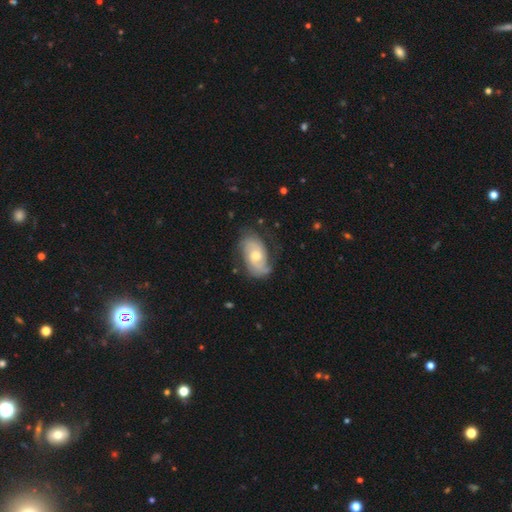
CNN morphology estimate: This appears to be a featured or disk galaxy (74%) with no bar (69%), 2 (59%) tight (47%) spiral arms (91%) and a moderate central bulge (61%). Merging: none (69%).